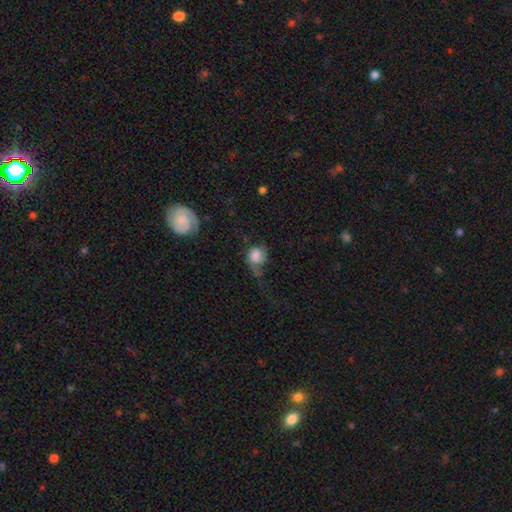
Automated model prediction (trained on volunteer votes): smooth-or-featured: smooth: 66% | featured or disk: 26% | star or artifact: 9%
  how-rounded: round: 75% | in between: 24% | cigar-shaped: 1%
  merging: major disturbance: 44% | none: 28% | minor disturbance: 22% | merger: 6%